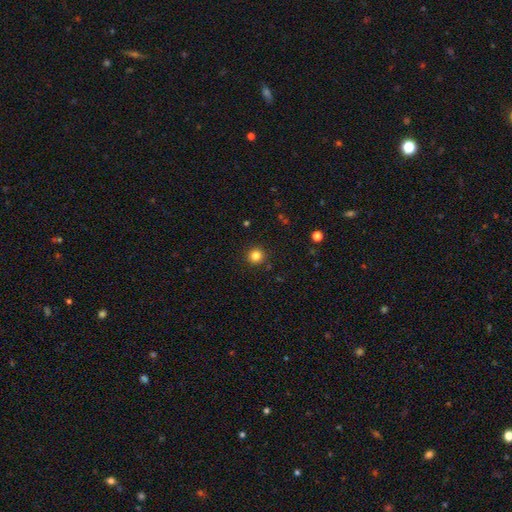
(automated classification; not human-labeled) Smooth or featured?
  - smooth: 83% *
  - star or artifact: 13%
  - featured or disk: 5%
How rounded?
  - round: 95% *
  - in between: 4%
  - cigar-shaped: 1%
Merging?
  - none: 92% *
  - minor disturbance: 5%
  - major disturbance: 2%
  - merger: 1%